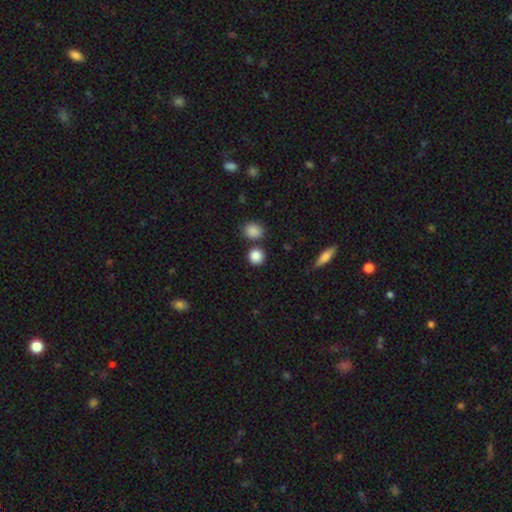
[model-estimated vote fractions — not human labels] This appears to be a smooth galaxy with no disk features (87%) that is round (87%). Merging: none (75%).